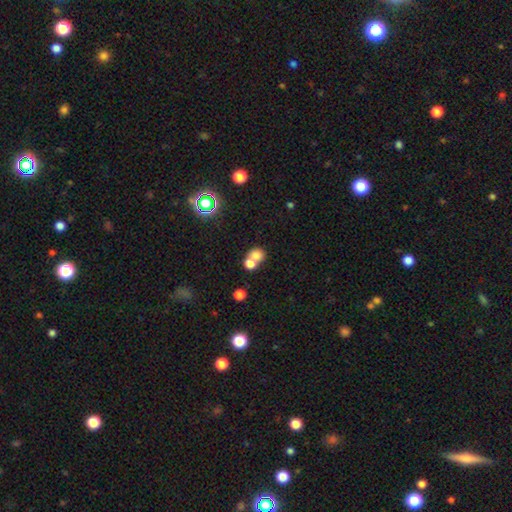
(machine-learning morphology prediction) Smooth or featured? smooth (74%)
How rounded? round (64%)
Merging? merger (59%)